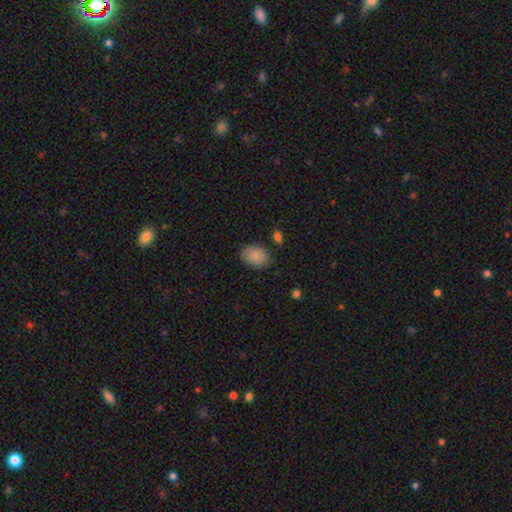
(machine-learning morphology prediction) Smooth or featured?
  - smooth: 86% *
  - featured or disk: 7%
  - star or artifact: 7%
How rounded?
  - in between: 76% *
  - round: 23%
  - cigar-shaped: 1%
Merging?
  - none: 79% *
  - minor disturbance: 15%
  - major disturbance: 3%
  - merger: 2%